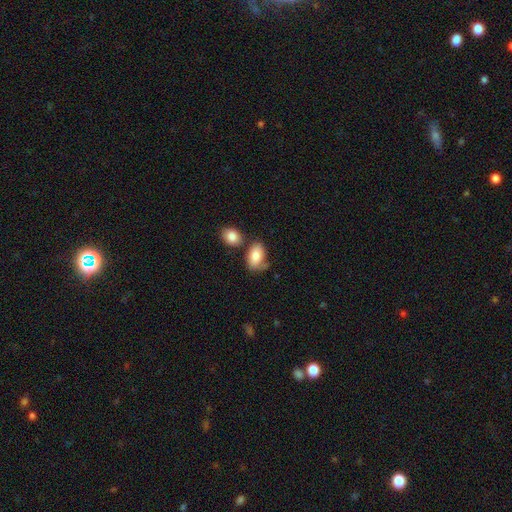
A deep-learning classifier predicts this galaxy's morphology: A smooth galaxy with no disk features (83%) that is in between round and cigar-shaped (90%).

Vote fractions:
- Smooth or featured? smooth: 83% / featured or disk: 10% / star or artifact: 7%
- How rounded? in between: 90% / round: 8% / cigar-shaped: 2%
- Merging? none: 54% / minor disturbance: 22% / merger: 17% / major disturbance: 7%